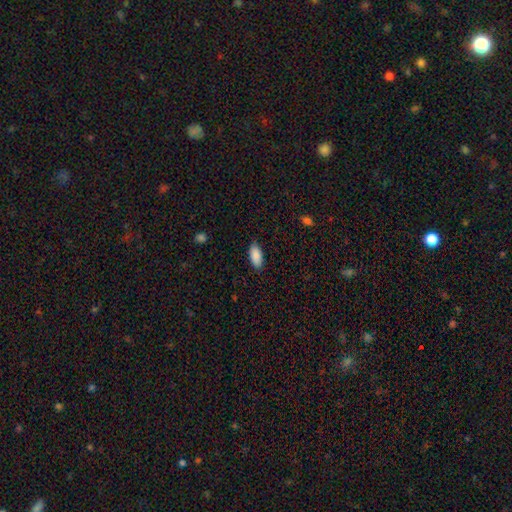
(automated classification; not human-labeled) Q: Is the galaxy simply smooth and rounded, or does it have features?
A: smooth — 89%.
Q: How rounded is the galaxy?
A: in between — 91%.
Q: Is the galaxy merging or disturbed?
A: none — 86%.